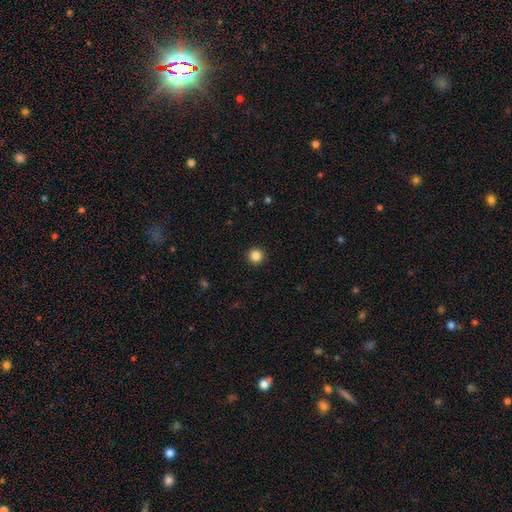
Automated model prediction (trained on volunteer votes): smooth-or-featured: smooth: 86% | star or artifact: 11% | featured or disk: 4%
  how-rounded: round: 96% | in between: 3% | cigar-shaped: 1%
  merging: none: 93% | minor disturbance: 4% | major disturbance: 2% | merger: 1%